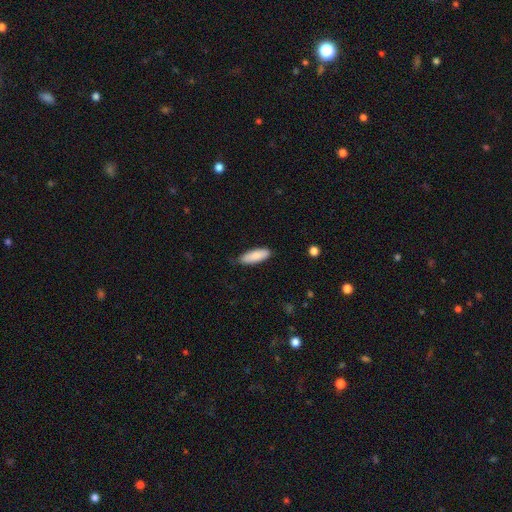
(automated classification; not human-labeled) The model was most divided on "how rounded": in between: 63%, cigar-shaped: 36%, round: 2%. More confident: smooth or featured — smooth (87%); merging — none (77%).